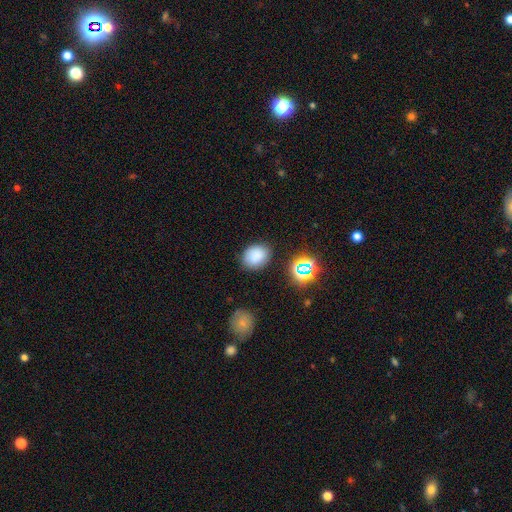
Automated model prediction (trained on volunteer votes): Smooth or featured: smooth — 82% (star or artifact — 13%)
How rounded: in between — 55% (round — 44%)
Merging: none — 82% (minor disturbance — 12%)